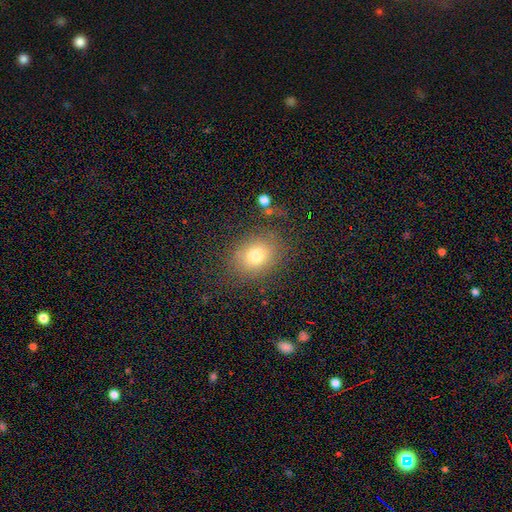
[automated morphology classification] Smooth or featured? smooth (75%)
How rounded? in between (51%)
Merging? none (80%)